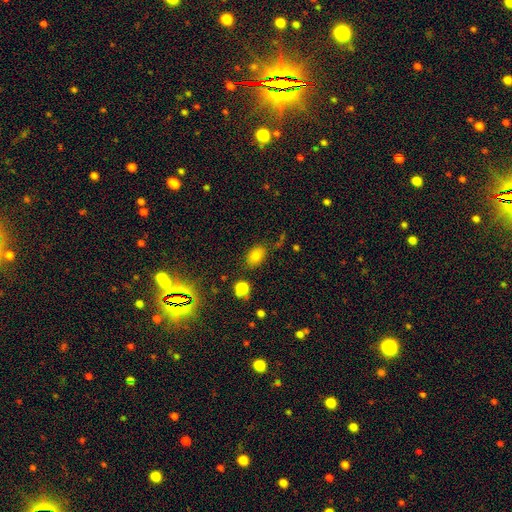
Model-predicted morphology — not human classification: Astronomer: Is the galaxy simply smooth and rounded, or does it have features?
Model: smooth — 78%.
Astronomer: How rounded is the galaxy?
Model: in between — 80%.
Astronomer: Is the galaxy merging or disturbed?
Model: none — 77%.